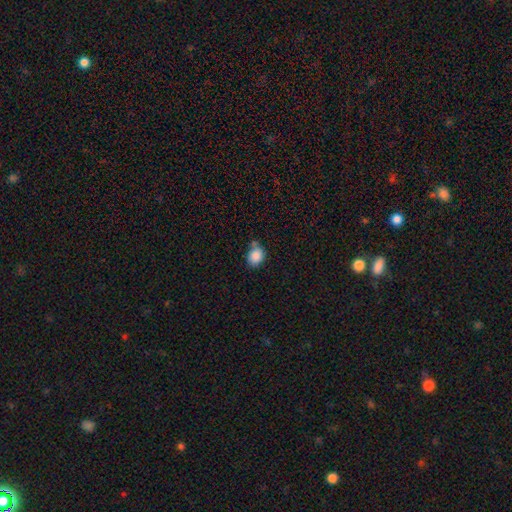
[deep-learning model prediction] Smooth or featured? smooth (86%)
How rounded? round (52%)
Merging? none (60%)